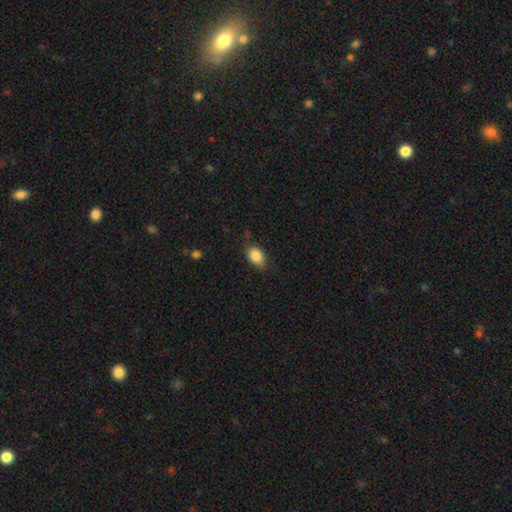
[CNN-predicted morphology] Overall: smooth (86%). How rounded: in between (83%). Merging: none (76%).